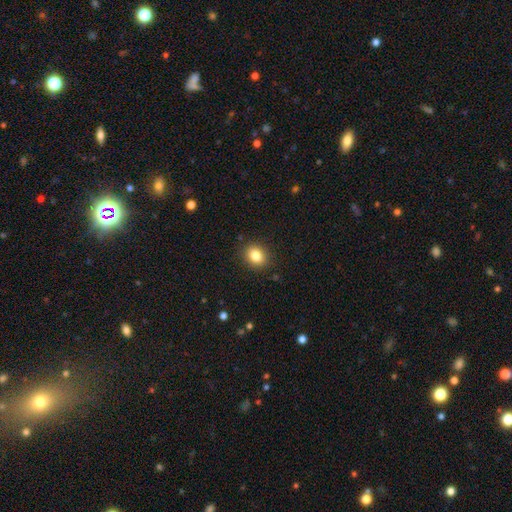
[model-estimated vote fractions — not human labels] Smooth or featured? smooth (83%)
How rounded? round (54%)
Merging? none (89%)